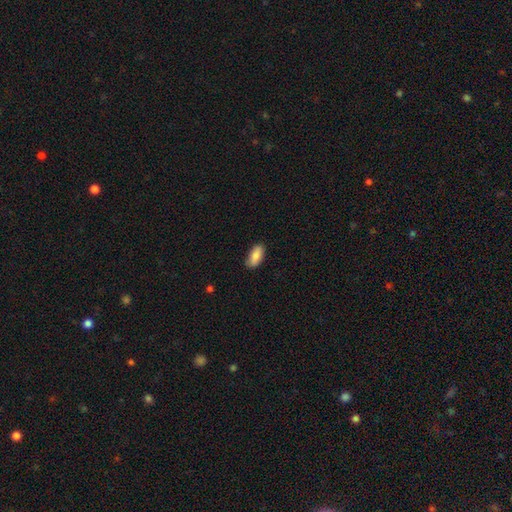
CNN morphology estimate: smooth_or_featured: smooth (p=0.85) [alt: featured or disk p=0.09]
how_rounded: in between (p=0.89) [alt: cigar-shaped p=0.09]
merging: none (p=0.85) [alt: minor disturbance p=0.12]